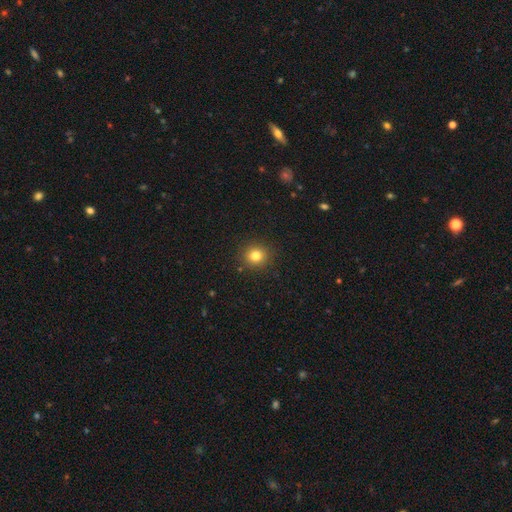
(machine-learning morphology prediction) This is clearly a smooth galaxy (81%). How rounded: clearly round (88%). Merging: clearly none (90%).